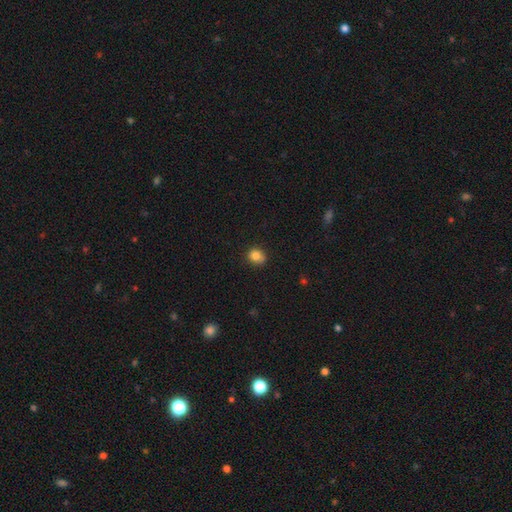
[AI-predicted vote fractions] Smooth or featured? smooth (83%)
How rounded? round (73%)
Merging? none (77%)